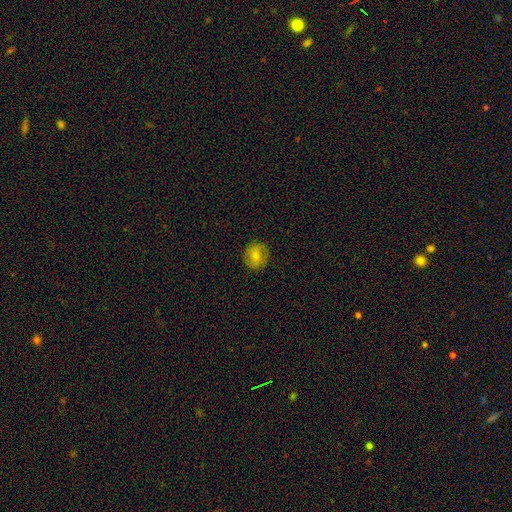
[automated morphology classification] The model was most divided on "smooth or featured": smooth: 63%, featured or disk: 27%, star or artifact: 10%. More confident: merging — none (89%); how rounded — round (88%).